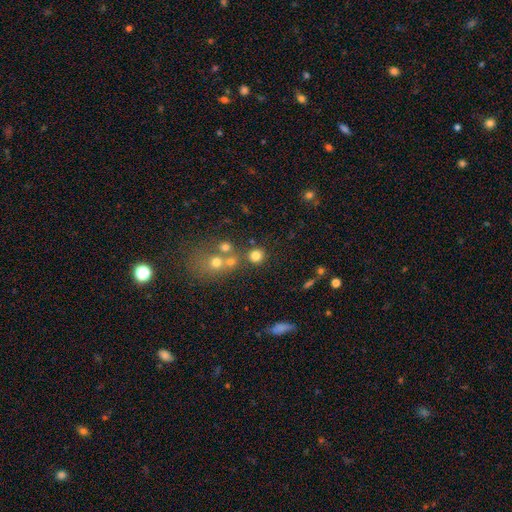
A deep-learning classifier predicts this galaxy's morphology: smooth 77%, star or artifact 15%, featured or disk 8%. Down the decision tree: how rounded — round (91%); merging — none (74%).